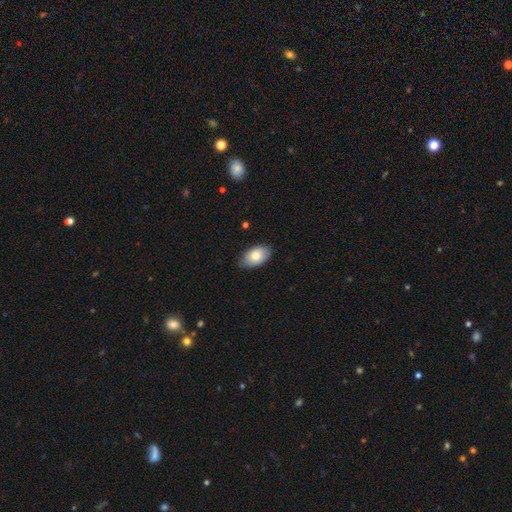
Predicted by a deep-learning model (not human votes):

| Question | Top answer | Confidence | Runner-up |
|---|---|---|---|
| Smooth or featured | smooth | 79% | featured or disk (14%) |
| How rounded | in between | 94% | round (5%) |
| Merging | none | 80% | minor disturbance (16%) |